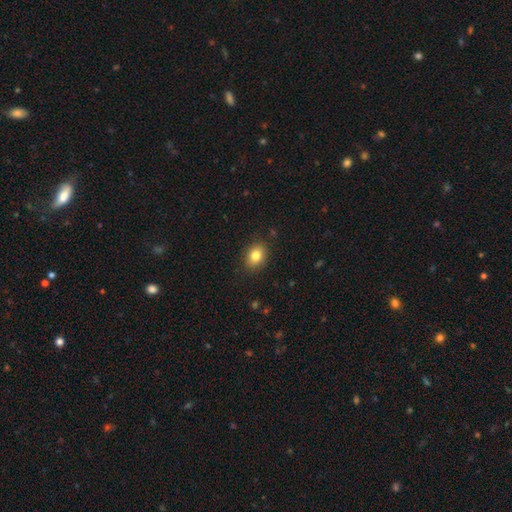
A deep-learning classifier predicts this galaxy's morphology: Smooth or featured: smooth — 82% (star or artifact — 10%)
How rounded: in between — 56% (round — 43%)
Merging: none — 87% (minor disturbance — 10%)